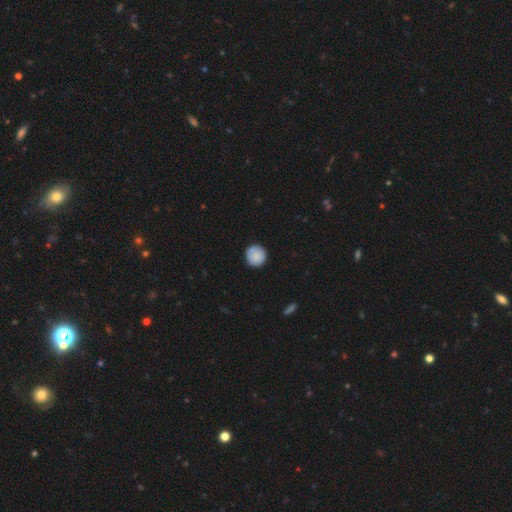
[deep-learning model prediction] Smooth or featured? Predicted: smooth (p=0.82). How rounded? Predicted: round (p=0.94). Merging? Predicted: none (p=0.83).